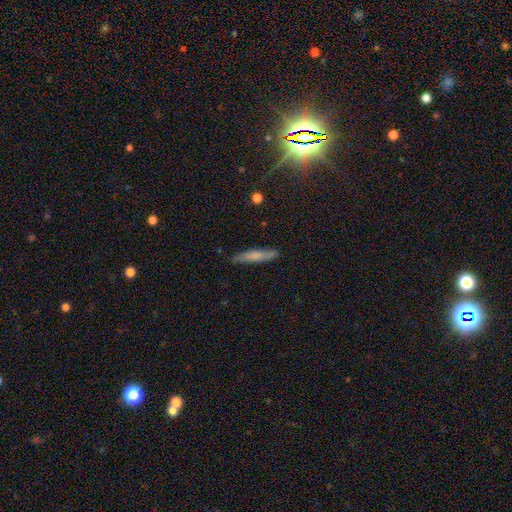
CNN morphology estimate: Smooth or featured? Predicted: smooth (p=0.65). How rounded? Predicted: cigar-shaped (p=0.91). Merging? Predicted: none (p=0.86).